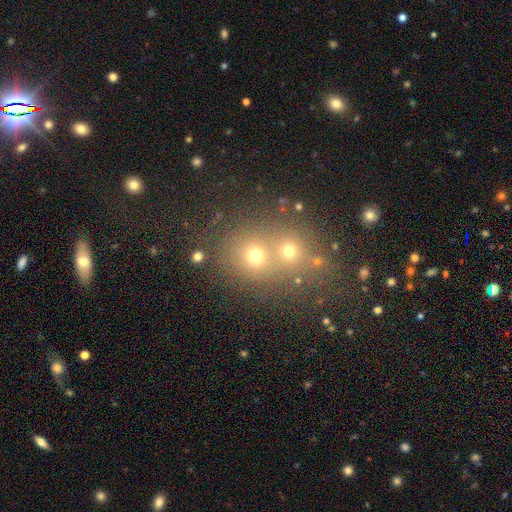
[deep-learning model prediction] smooth 63%, star or artifact 24%, featured or disk 14%. Down the decision tree: how rounded — round (77%); merging — merger (52%).